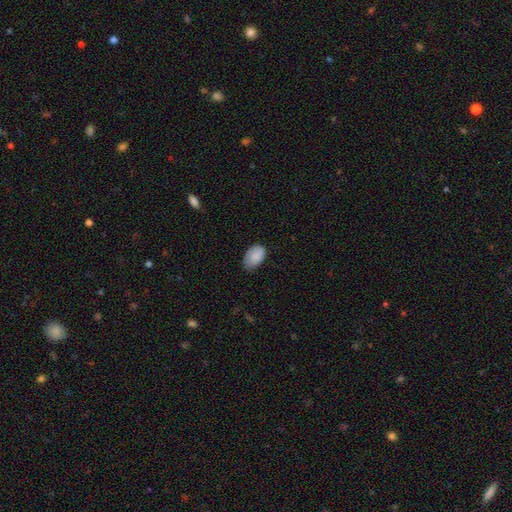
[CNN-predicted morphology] Smooth or featured? smooth (87%)
How rounded? in between (91%)
Merging? none (65%)